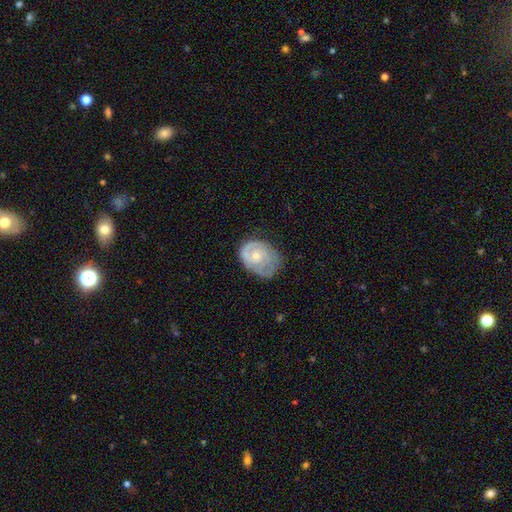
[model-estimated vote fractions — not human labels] featured or disk 67%, smooth 27%, star or artifact 6%. Down the decision tree: edge-on disk — no (97%); bar — no (78%); spiral arms — yes (81%); spiral arm count — 2 (39%); spiral winding — tight (59%); bulge size — small (52%); merging — none (55%).